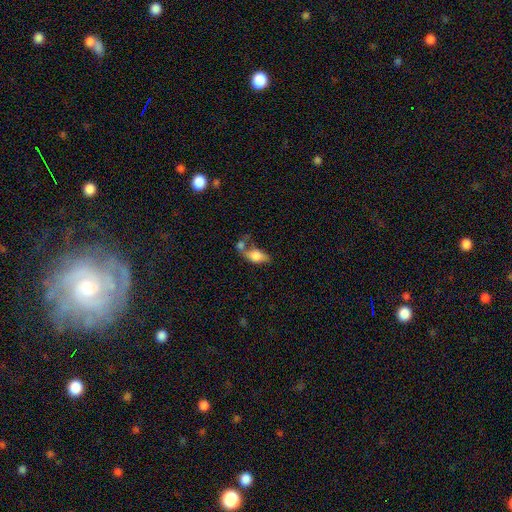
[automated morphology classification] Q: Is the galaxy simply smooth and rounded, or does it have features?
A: smooth — 72%.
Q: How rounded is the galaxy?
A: in between — 85%.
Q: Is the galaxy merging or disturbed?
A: merger — 42%.